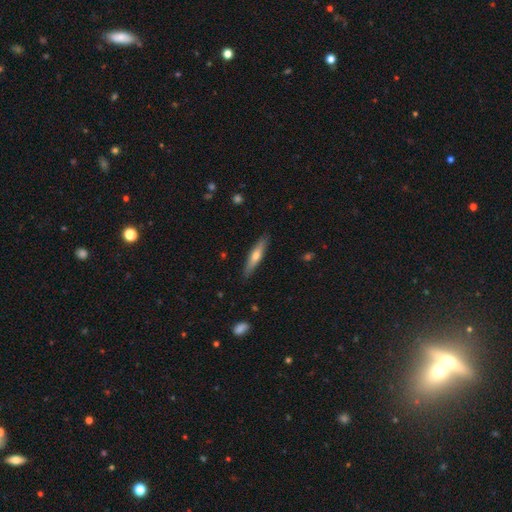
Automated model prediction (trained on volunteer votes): Smooth or featured?
  - smooth: 52% *
  - featured or disk: 43%
  - star or artifact: 6%
How rounded?
  - cigar-shaped: 85% *
  - in between: 13%
  - round: 2%
Merging?
  - none: 88% *
  - minor disturbance: 9%
  - major disturbance: 2%
  - merger: 1%